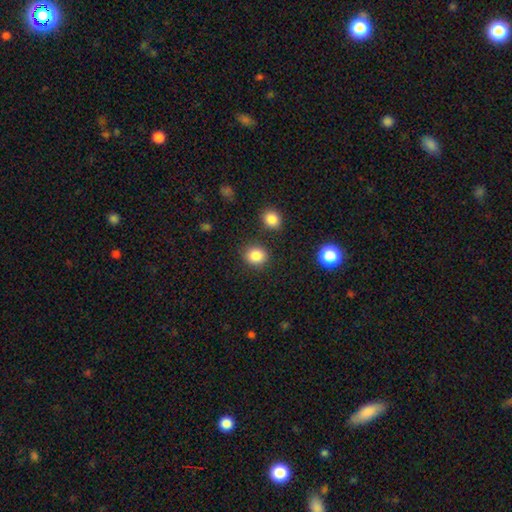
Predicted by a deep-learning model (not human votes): The model was most divided on "how rounded": round: 72%, in between: 27%, cigar-shaped: 1%. More confident: smooth or featured — smooth (85%); merging — none (84%).